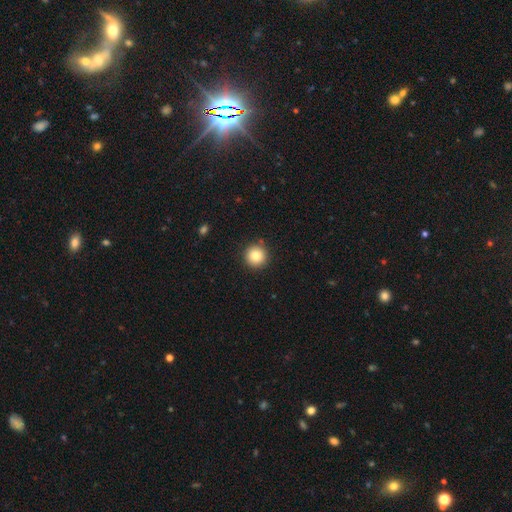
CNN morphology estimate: A smooth galaxy with no disk features (82%) that is round (96%). Merging: none (91%).